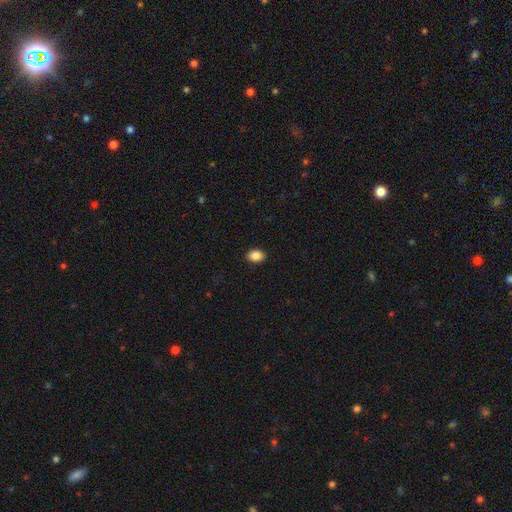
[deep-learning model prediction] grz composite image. It shows a smooth galaxy with no disk features (88%) that is in between round and cigar-shaped (77%). Merging: none (90%).